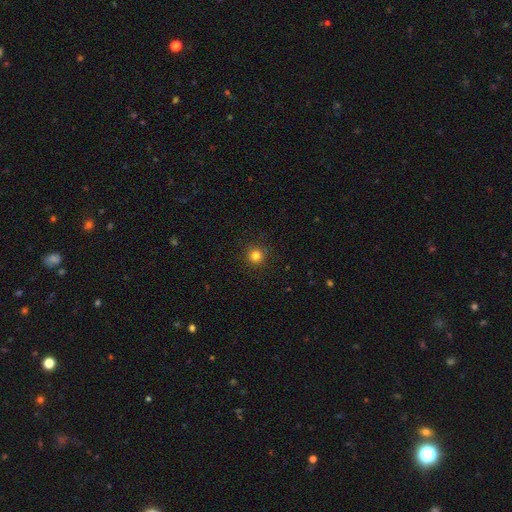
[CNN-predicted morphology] smooth_or_featured: smooth (p=0.82) [alt: star or artifact p=0.14]
how_rounded: round (p=0.95) [alt: in between p=0.04]
merging: none (p=0.91) [alt: minor disturbance p=0.06]